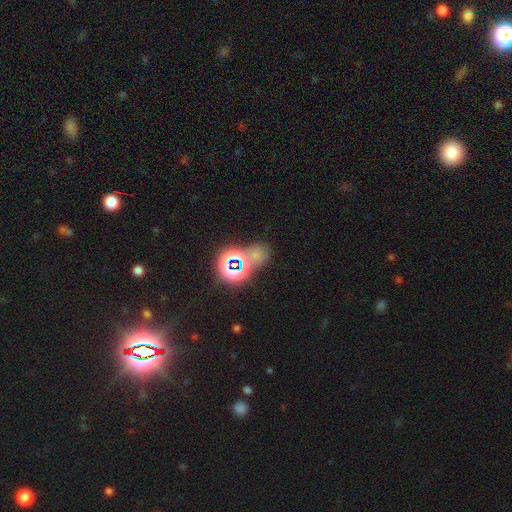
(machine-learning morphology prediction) This appears to be a star or artifact, not a galaxy (51%).